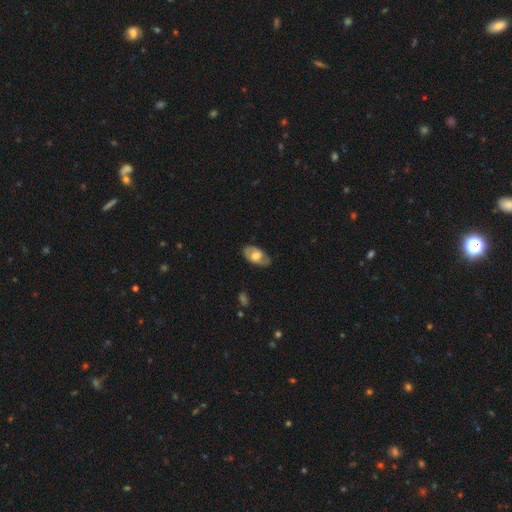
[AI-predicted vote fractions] Smooth or featured? featured or disk (55%)
Edge-on disk? no (91%)
Bar? no (55%)
Spiral arms? yes (63%)
Bulge size? moderate (55%)
Merging? none (76%)